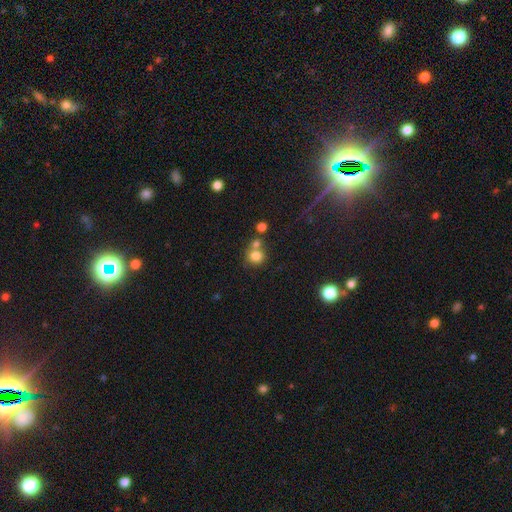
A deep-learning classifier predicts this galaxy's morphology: Smooth or featured? smooth (78%)
How rounded? round (86%)
Merging? none (53%)